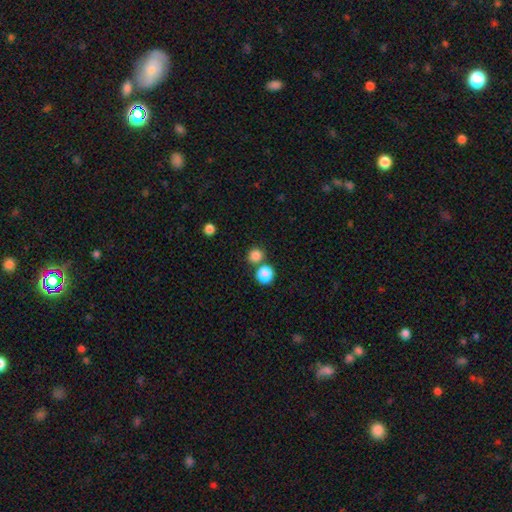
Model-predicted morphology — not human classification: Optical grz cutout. It shows a smooth galaxy with no disk features (83%) that is round (90%). Merging: none (69%).